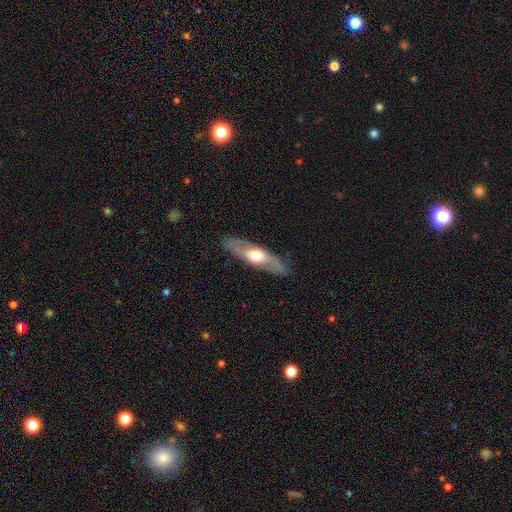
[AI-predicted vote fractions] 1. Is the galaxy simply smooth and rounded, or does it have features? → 64% featured or disk, 31% smooth, 5% star or artifact.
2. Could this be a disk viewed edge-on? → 59% no, 41% yes.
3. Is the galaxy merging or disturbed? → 85% none, 11% minor disturbance, 3% major disturbance, 1% merger.